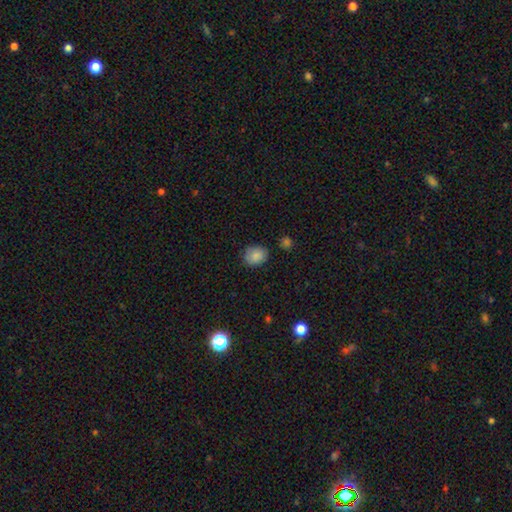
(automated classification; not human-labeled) Morphology: type=smooth (86%); roundness=in between (51%); merging=none (79%).